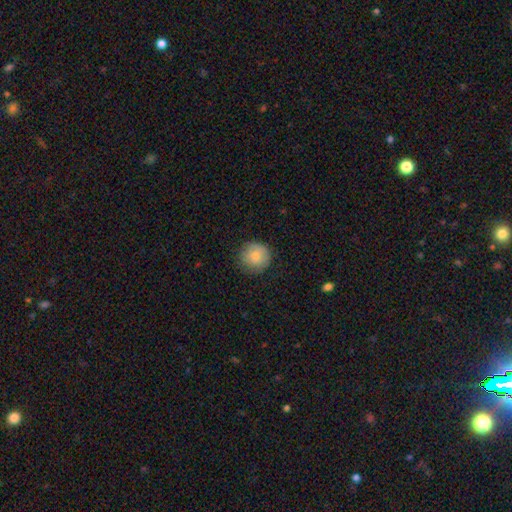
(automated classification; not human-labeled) This appears to be a smooth galaxy with no disk features (83%) that is round (93%). Merging: none (83%).